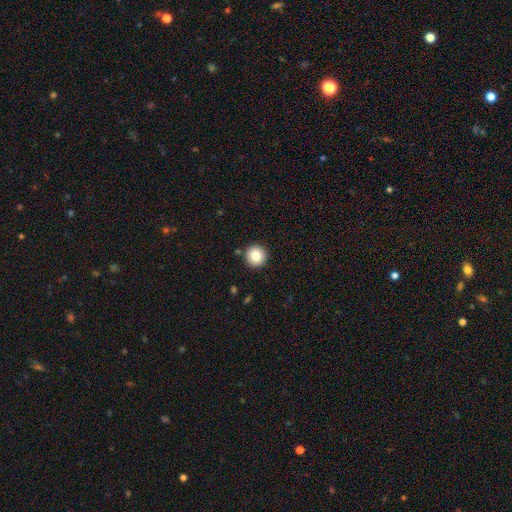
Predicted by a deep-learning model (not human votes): Overall: smooth (82%). How rounded: round (96%). Merging: none (90%).